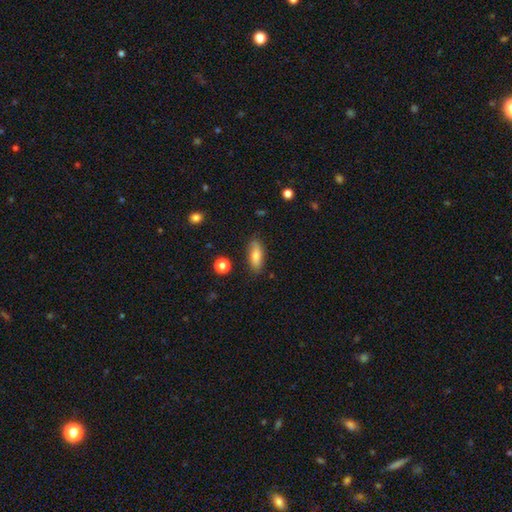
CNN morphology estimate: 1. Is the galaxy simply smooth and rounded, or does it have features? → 79% smooth, 14% featured or disk, 7% star or artifact.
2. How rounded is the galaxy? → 69% in between, 28% cigar-shaped, 3% round.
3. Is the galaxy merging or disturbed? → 82% none, 13% minor disturbance, 3% major disturbance, 2% merger.